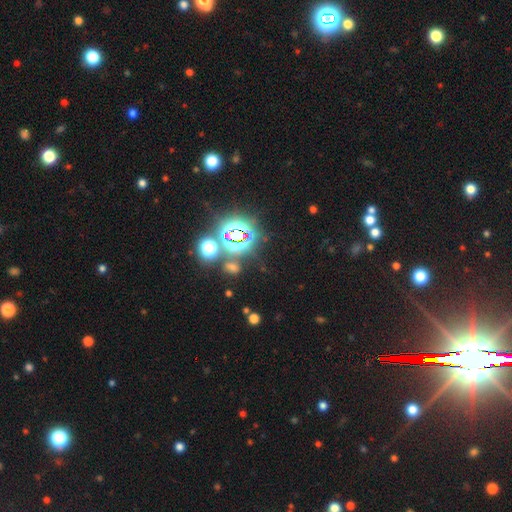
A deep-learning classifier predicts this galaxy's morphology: Q: Smooth or featured?
A: star or artifact (82%); runner-up: smooth (11%)